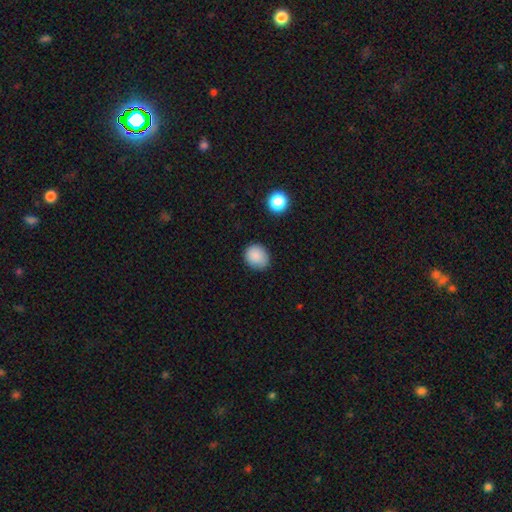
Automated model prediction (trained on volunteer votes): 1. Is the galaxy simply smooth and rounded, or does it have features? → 87% smooth, 9% star or artifact, 4% featured or disk.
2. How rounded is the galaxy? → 69% round, 30% in between, 1% cigar-shaped.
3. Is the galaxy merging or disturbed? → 81% none, 15% minor disturbance, 3% major disturbance, 1% merger.